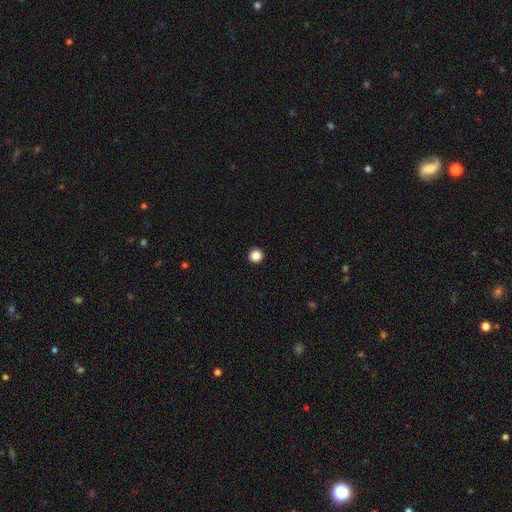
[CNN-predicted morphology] Overall: smooth (87%). How rounded: round (96%). Merging: none (94%).